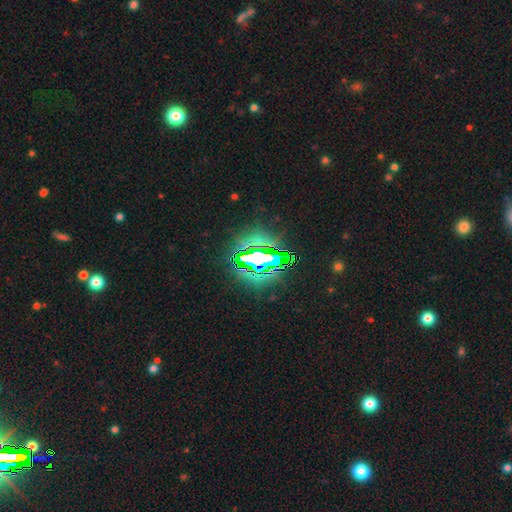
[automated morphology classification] A star or artifact, not a galaxy (79%).